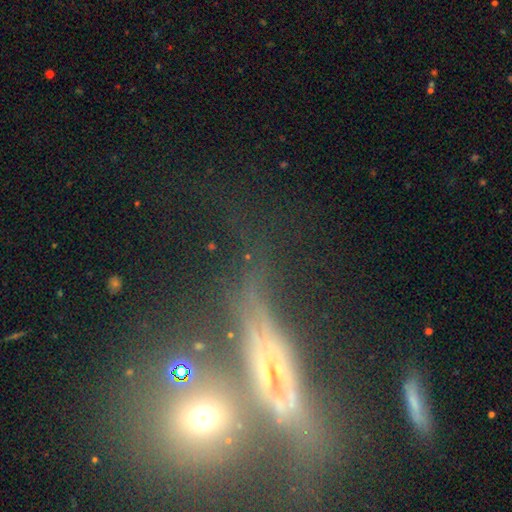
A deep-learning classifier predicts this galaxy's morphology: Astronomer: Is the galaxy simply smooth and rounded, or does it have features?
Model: featured or disk — 44% (runner-up: smooth, 28%).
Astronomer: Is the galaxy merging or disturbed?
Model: none — 47%.